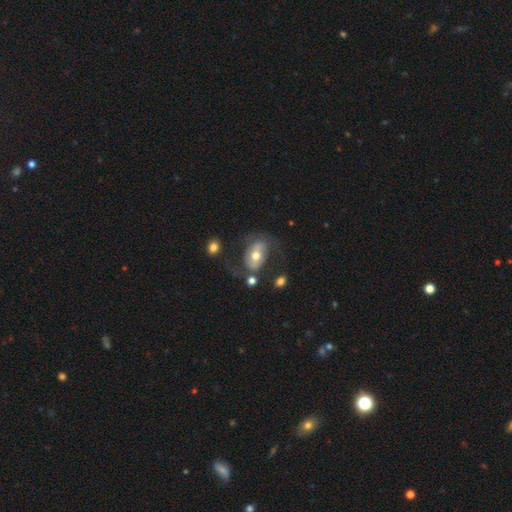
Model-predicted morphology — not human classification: Q: Smooth or featured?
A: featured or disk (57%); runner-up: smooth (36%)
Q: Edge-on disk?
A: no (93%); runner-up: yes (7%)
Q: Bar?
A: no (41%); runner-up: weak (32%)
Q: Spiral arms?
A: yes (67%); runner-up: no (33%)
Q: Bulge size?
A: moderate (74%); runner-up: small (13%)
Q: Merging?
A: none (51%); runner-up: minor disturbance (21%)